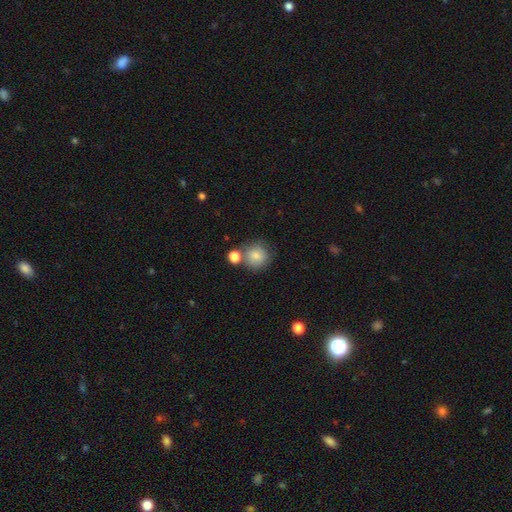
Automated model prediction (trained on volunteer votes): Smooth or featured?
  - smooth: 80% *
  - featured or disk: 10%
  - star or artifact: 9%
How rounded?
  - round: 89% *
  - in between: 10%
  - cigar-shaped: 1%
Merging?
  - none: 60% *
  - merger: 23%
  - minor disturbance: 13%
  - major disturbance: 5%